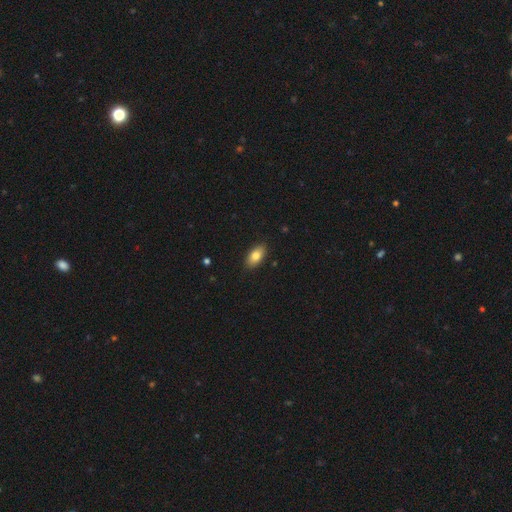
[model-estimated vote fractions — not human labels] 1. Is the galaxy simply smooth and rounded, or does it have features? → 82% smooth, 11% featured or disk, 7% star or artifact.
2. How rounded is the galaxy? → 91% in between, 4% round, 4% cigar-shaped.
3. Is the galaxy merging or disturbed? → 88% none, 9% minor disturbance, 2% major disturbance, 1% merger.